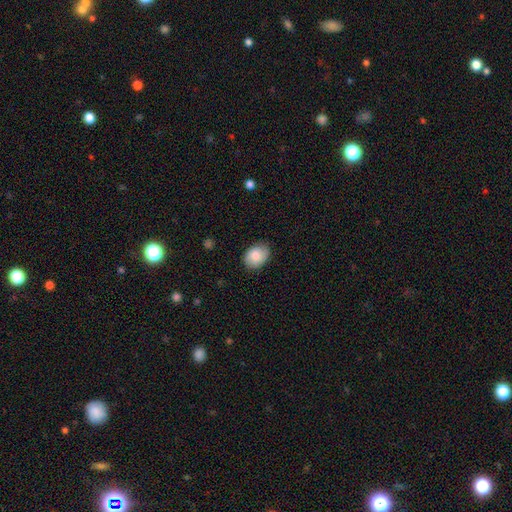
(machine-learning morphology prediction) Smooth or featured? smooth (79%)
How rounded? in between (71%)
Merging? none (81%)